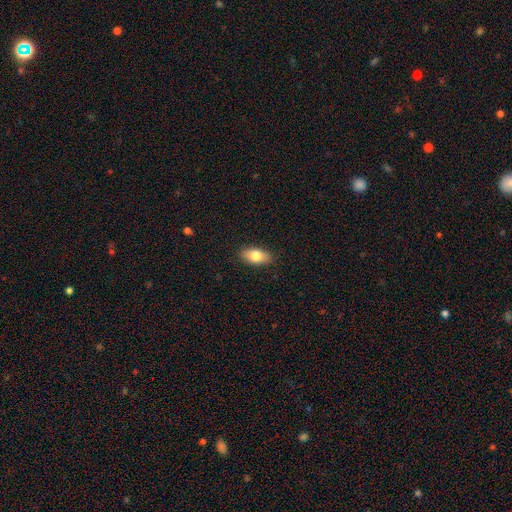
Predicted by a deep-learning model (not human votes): Smooth or featured? Predicted: smooth (p=0.77). How rounded? Predicted: in between (p=0.89). Merging? Predicted: none (p=0.89).